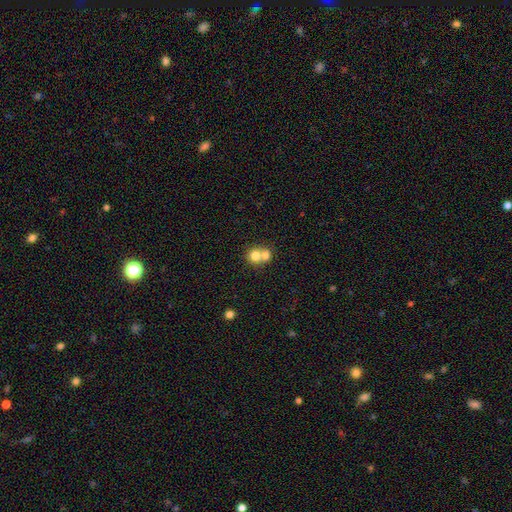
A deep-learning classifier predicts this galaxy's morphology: This appears to be a smooth galaxy with no disk features (76%) that is round (83%). Merging: merger (61%).